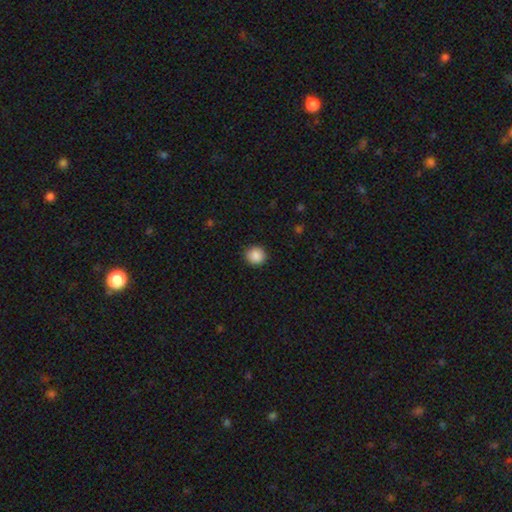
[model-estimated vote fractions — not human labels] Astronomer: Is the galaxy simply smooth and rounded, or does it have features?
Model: smooth — 89%.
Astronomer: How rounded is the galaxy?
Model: round — 91%.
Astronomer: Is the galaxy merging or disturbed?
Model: none — 91%.